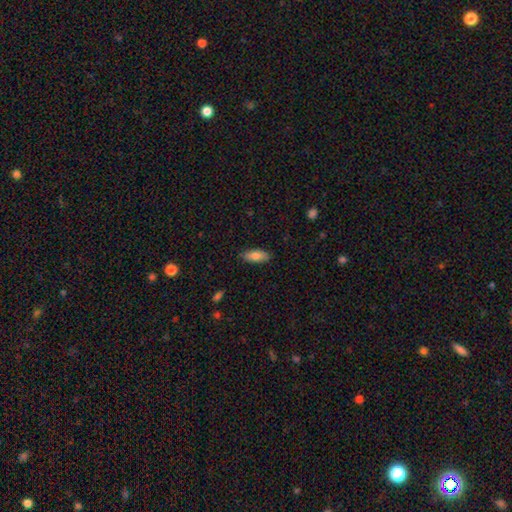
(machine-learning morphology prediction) Q: Smooth or featured?
A: smooth (81%); runner-up: featured or disk (13%)
Q: How rounded?
A: in between (83%); runner-up: cigar-shaped (15%)
Q: Merging?
A: none (86%); runner-up: minor disturbance (11%)